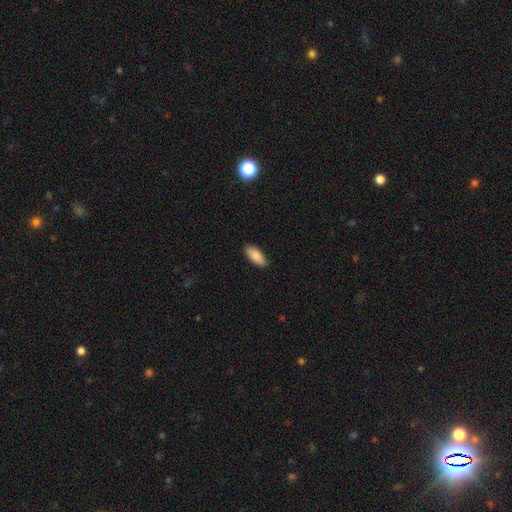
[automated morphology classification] type=smooth (87%); roundness=in between (85%); merging=none (89%).